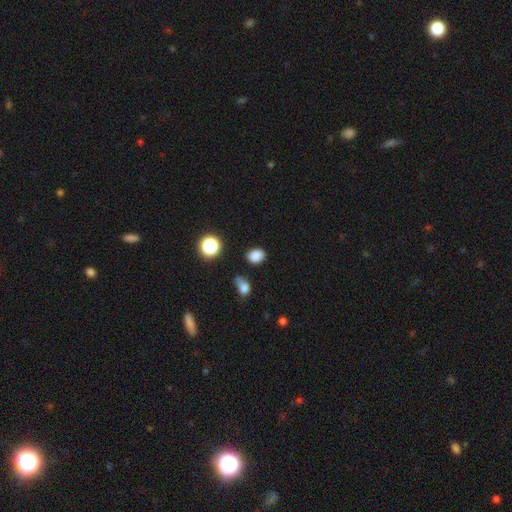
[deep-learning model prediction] This appears to be a smooth galaxy with no disk features (81%) that is in between round and cigar-shaped (64%). Merging: none (77%).